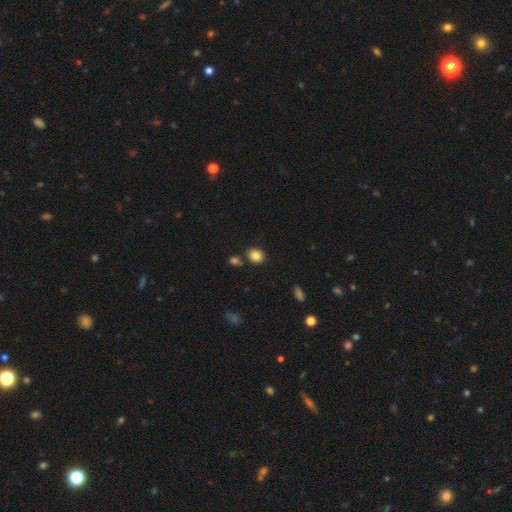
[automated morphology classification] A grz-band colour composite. It shows a smooth galaxy with no disk features (85%) that is round (72%). Merging: none (80%).